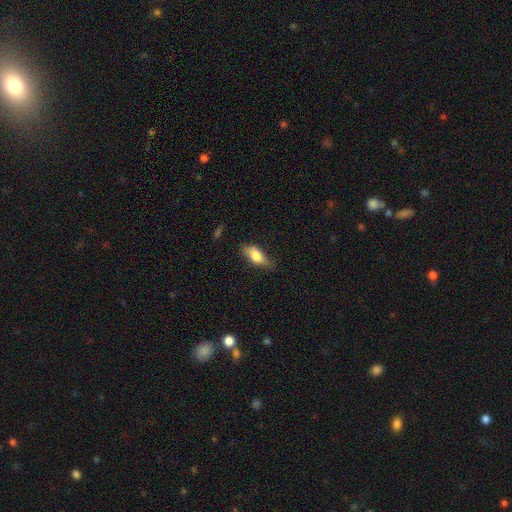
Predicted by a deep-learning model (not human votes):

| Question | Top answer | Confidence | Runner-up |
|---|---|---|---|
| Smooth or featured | smooth | 75% | featured or disk (19%) |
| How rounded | in between | 81% | cigar-shaped (15%) |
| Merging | none | 68% | minor disturbance (25%) |